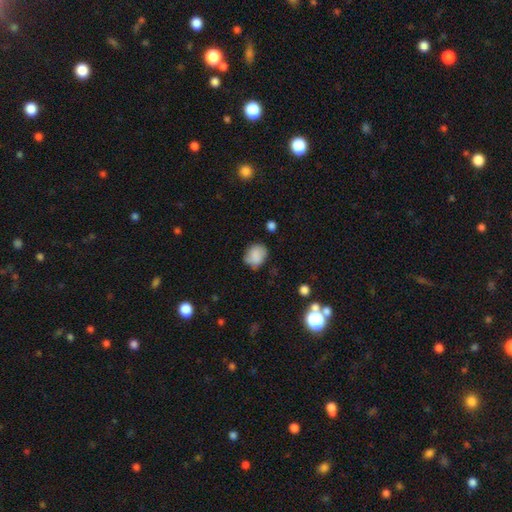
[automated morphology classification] smooth_or_featured: smooth (p=0.80) [alt: featured or disk p=0.12]
how_rounded: round (p=0.51) [alt: in between p=0.48]
merging: none (p=0.63) [alt: minor disturbance p=0.27]